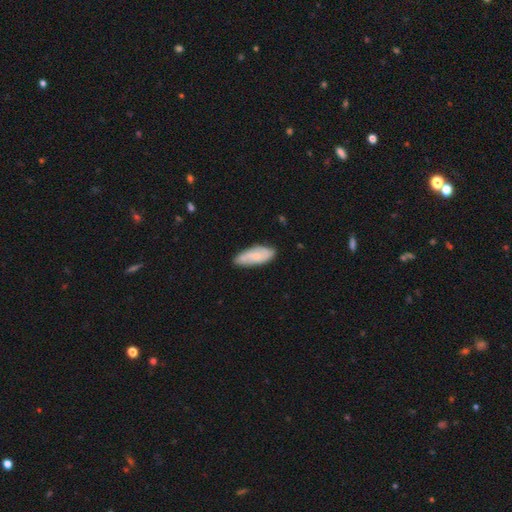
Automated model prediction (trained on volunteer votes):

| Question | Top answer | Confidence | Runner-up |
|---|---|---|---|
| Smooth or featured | smooth | 62% | featured or disk (31%) |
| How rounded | in between | 72% | cigar-shaped (26%) |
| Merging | none | 73% | minor disturbance (21%) |